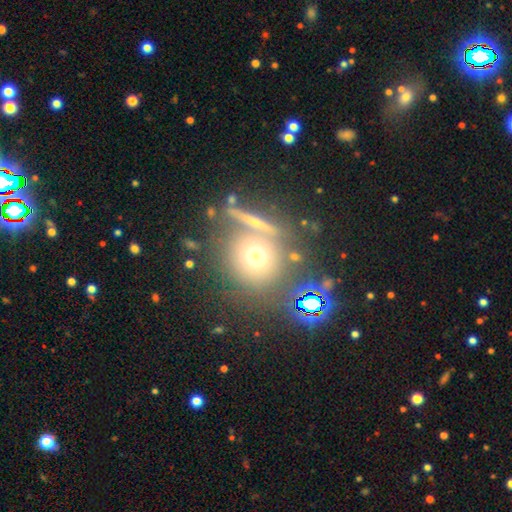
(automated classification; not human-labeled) smooth-or-featured: smooth: 60% | star or artifact: 20% | featured or disk: 20%
  how-rounded: round: 89% | in between: 9% | cigar-shaped: 2%
  merging: none: 69% | merger: 15% | minor disturbance: 10% | major disturbance: 6%